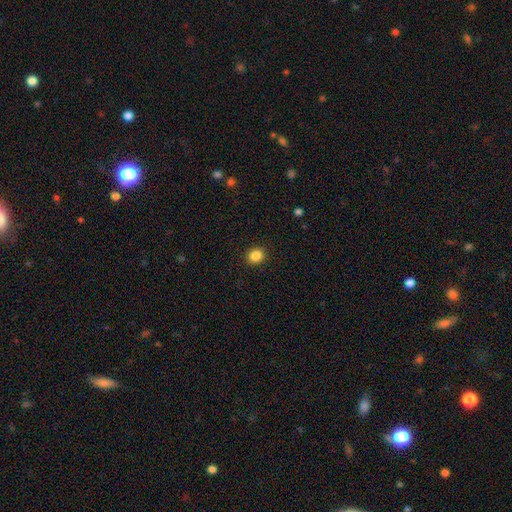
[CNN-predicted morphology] A smooth galaxy with no disk features (86%) that is round (79%).

Vote fractions:
- Smooth or featured? smooth: 86% / star or artifact: 10% / featured or disk: 4%
- How rounded? round: 79% / in between: 20% / cigar-shaped: 1%
- Merging? none: 91% / minor disturbance: 6% / major disturbance: 2% / merger: 1%